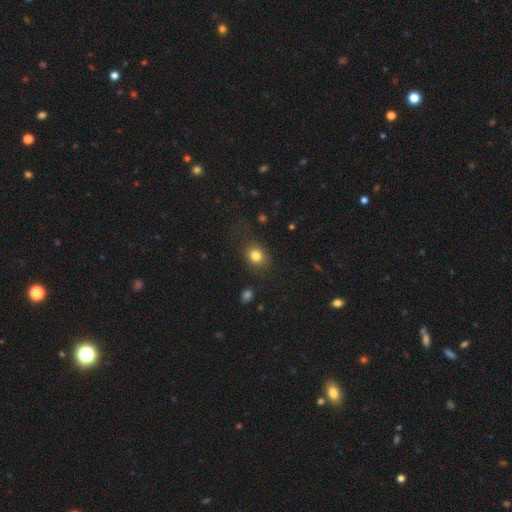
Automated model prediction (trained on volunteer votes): Morphology: type=smooth (81%); roundness=round (56%); merging=none (75%).